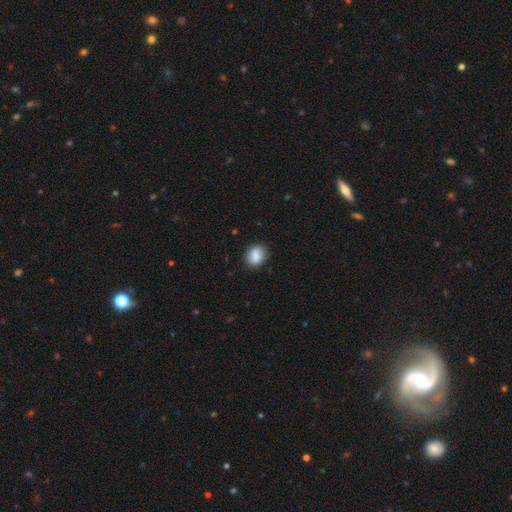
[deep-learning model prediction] smooth_or_featured: smooth (p=0.87) [alt: star or artifact p=0.08]
how_rounded: in between (p=0.53) [alt: round p=0.46]
merging: none (p=0.82) [alt: minor disturbance p=0.13]